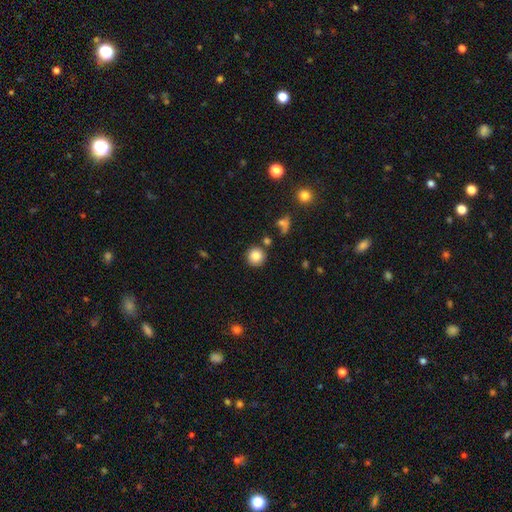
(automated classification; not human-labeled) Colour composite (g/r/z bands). It shows a smooth galaxy with no disk features (84%) that is round (94%). Merging: none (86%).